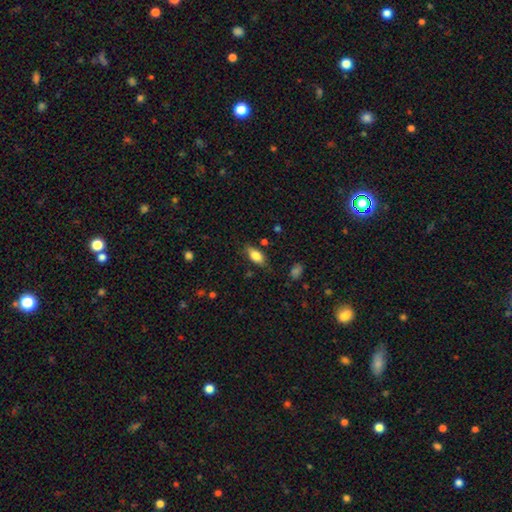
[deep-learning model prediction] Smooth or featured? Predicted: smooth (p=0.80). How rounded? Predicted: in between (p=0.85). Merging? Predicted: none (p=0.77).